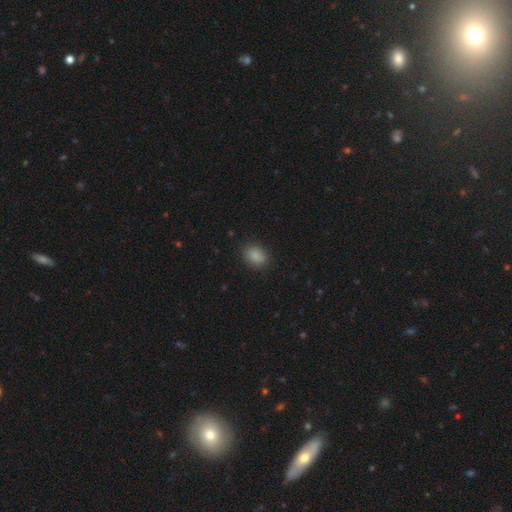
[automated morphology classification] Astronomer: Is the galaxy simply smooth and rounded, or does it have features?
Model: smooth — 88%.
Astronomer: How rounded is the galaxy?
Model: in between — 68%.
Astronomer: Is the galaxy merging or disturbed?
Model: none — 86%.